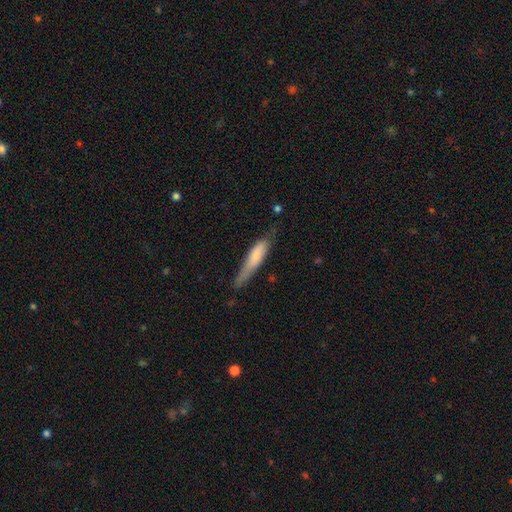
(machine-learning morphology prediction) Smooth or featured? smooth (70%)
How rounded? cigar-shaped (82%)
Merging? none (54%)